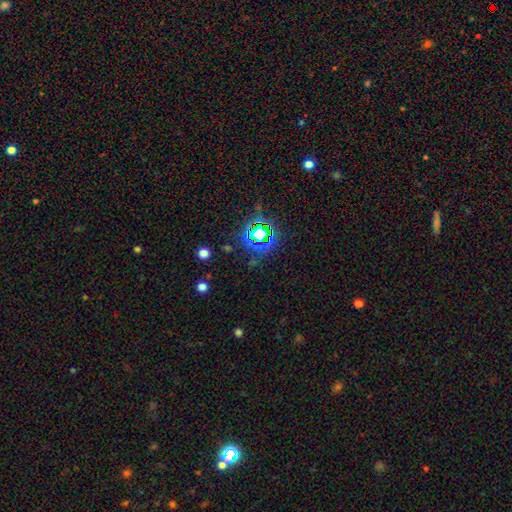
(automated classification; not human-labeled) This is likely a star or artifact rather than a galaxy (77%).